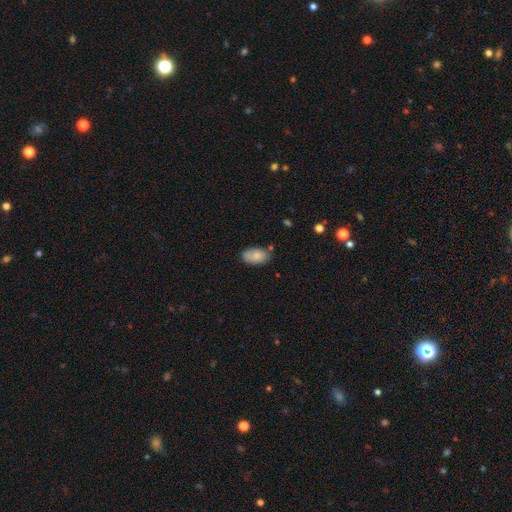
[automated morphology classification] smooth 82%, featured or disk 11%, star or artifact 7%. Down the decision tree: how rounded — in between (93%); merging — none (71%).